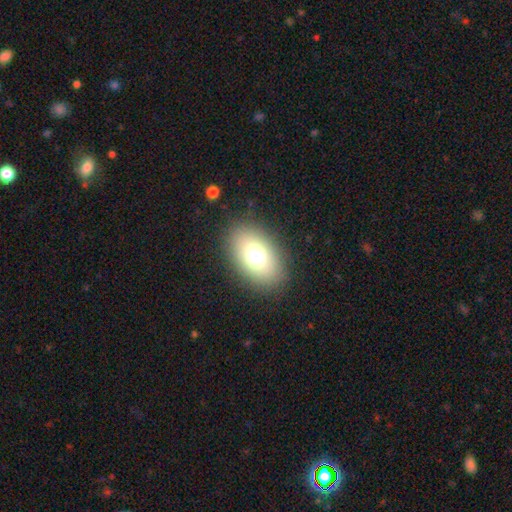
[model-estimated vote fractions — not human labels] This is likely a smooth galaxy (69%). How rounded: clearly in between (81%). Merging: clearly none (86%).